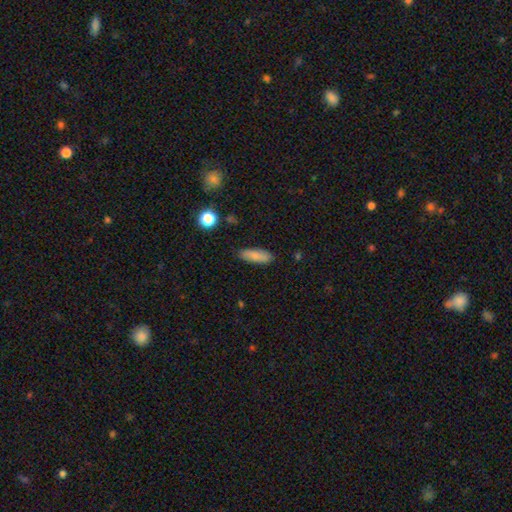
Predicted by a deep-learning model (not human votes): smooth_or_featured: smooth (p=0.83) [alt: featured or disk p=0.09]
how_rounded: in between (p=0.58) [alt: cigar-shaped p=0.40]
merging: none (p=0.86) [alt: minor disturbance p=0.11]